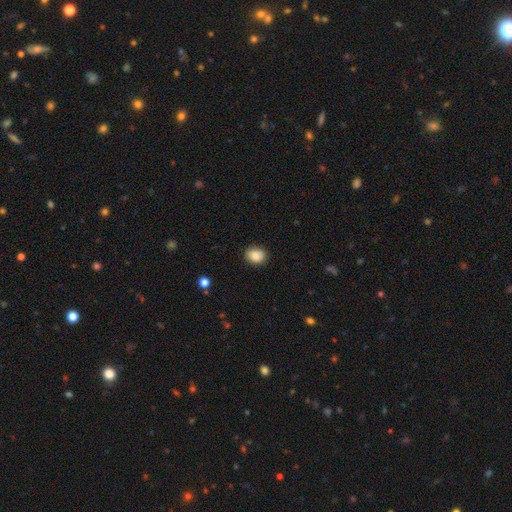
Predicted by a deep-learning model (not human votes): The model was most divided on "how rounded": round: 56%, in between: 43%, cigar-shaped: 1%. More confident: smooth or featured — smooth (87%); merging — none (85%).